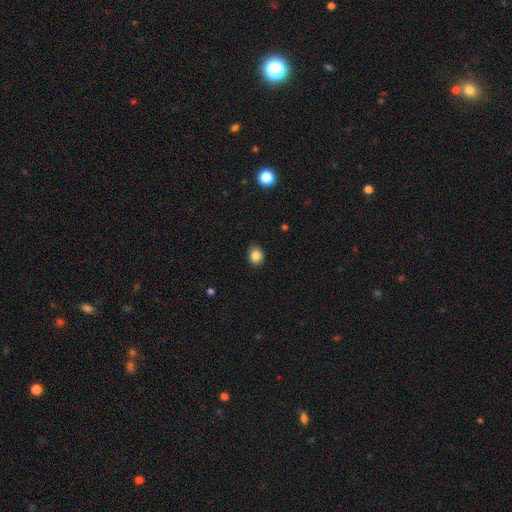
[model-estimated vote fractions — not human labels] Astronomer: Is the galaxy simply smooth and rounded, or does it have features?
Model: smooth — 85%.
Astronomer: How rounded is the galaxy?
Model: round — 62%.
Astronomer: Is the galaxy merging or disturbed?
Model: none — 89%.